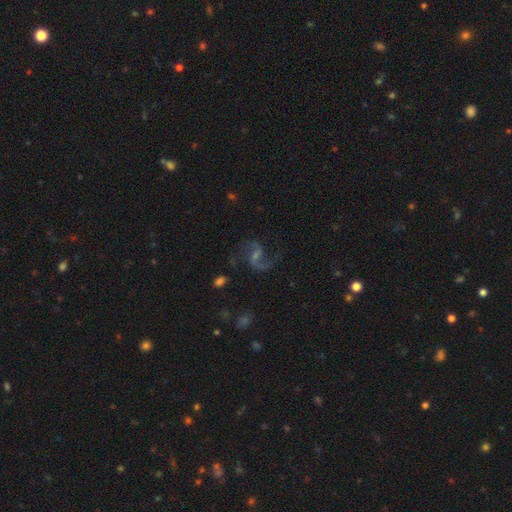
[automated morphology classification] A featured or disk galaxy (86%) with a weak bar (51%), 2 (92%) loose (56%) spiral arms (97%) and a small central bulge (47%). Merging: none (75%).